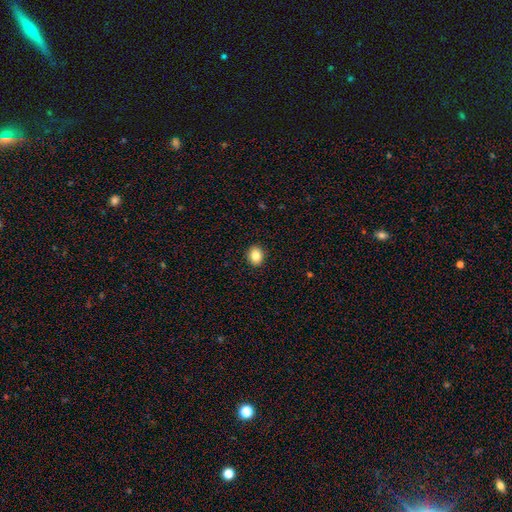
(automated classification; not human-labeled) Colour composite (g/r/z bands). It shows a smooth galaxy with no disk features (85%) that is round (62%). Merging: none (92%).